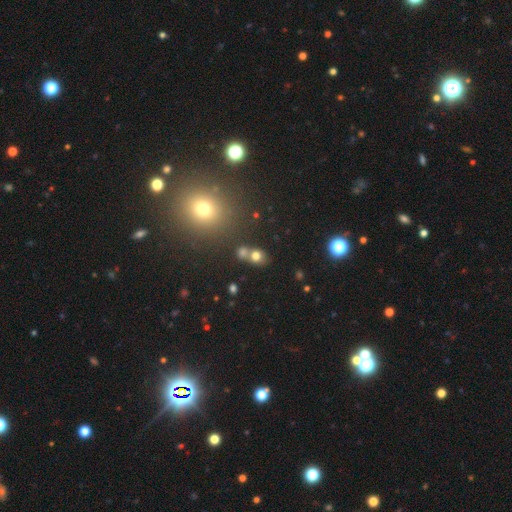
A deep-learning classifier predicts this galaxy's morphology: This is likely a smooth galaxy (73%). How rounded: likely round (62%). Merging: possibly none (50%).